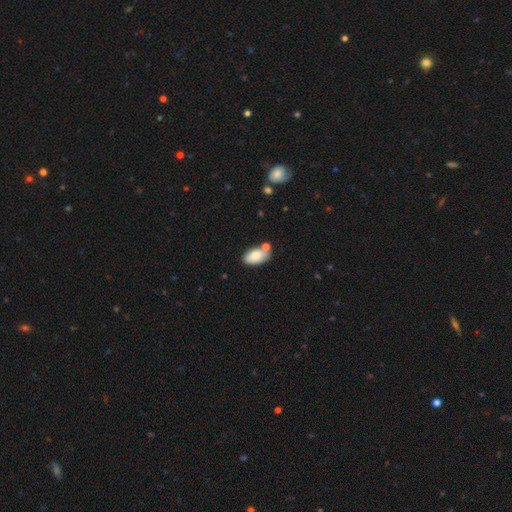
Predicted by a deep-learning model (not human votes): Q: Smooth or featured?
A: smooth (80%); runner-up: featured or disk (13%)
Q: How rounded?
A: in between (94%); runner-up: round (4%)
Q: Merging?
A: none (63%); runner-up: minor disturbance (17%)